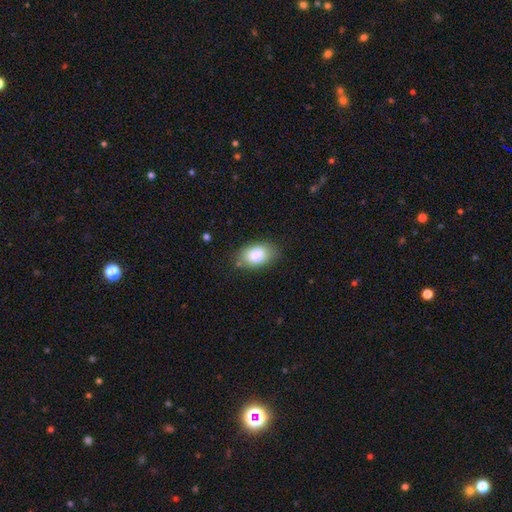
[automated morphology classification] This is clearly a smooth galaxy (82%). How rounded: clearly in between (88%). Merging: clearly none (81%).